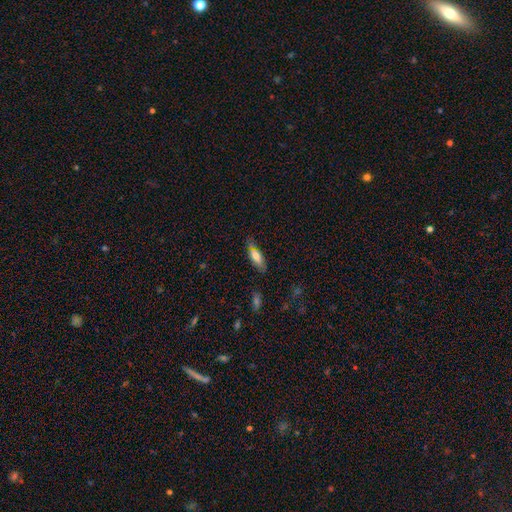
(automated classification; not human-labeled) smooth 71%, featured or disk 21%, star or artifact 8%. Down the decision tree: how rounded — in between (61%); merging — none (72%).